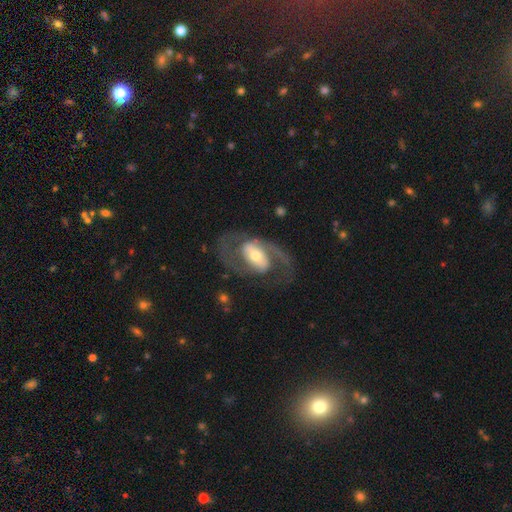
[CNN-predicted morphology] Smooth or featured? Predicted: featured or disk (p=0.83). Edge-on disk? Predicted: no (p=0.96). Bar? Predicted: strong (p=0.37). Spiral arms? Predicted: yes (p=0.89). Spiral winding? Predicted: medium (p=0.55). Spiral arm count? Predicted: 2 (p=0.87). Bulge size? Predicted: moderate (p=0.54). Merging? Predicted: none (p=0.68).